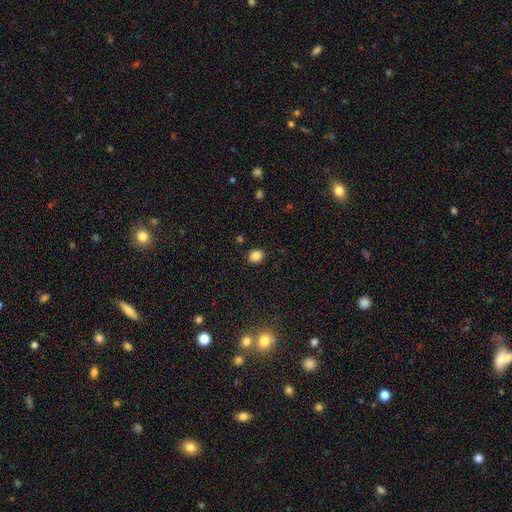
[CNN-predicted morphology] The model was most divided on "how rounded": round: 66%, in between: 33%, cigar-shaped: 1%. More confident: merging — none (89%); smooth or featured — smooth (86%).